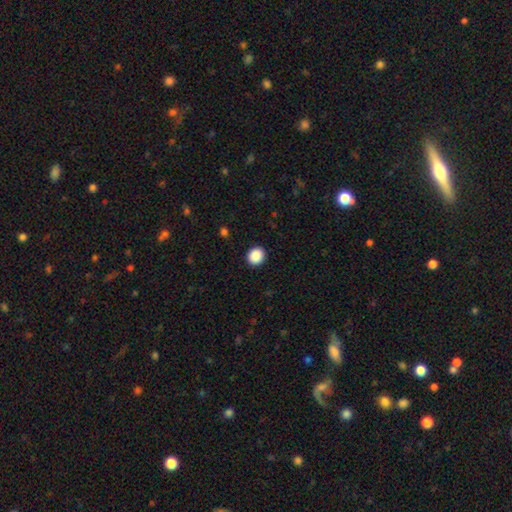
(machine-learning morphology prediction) smooth 89%, star or artifact 9%, featured or disk 2%. Down the decision tree: how rounded — round (83%); merging — none (92%).